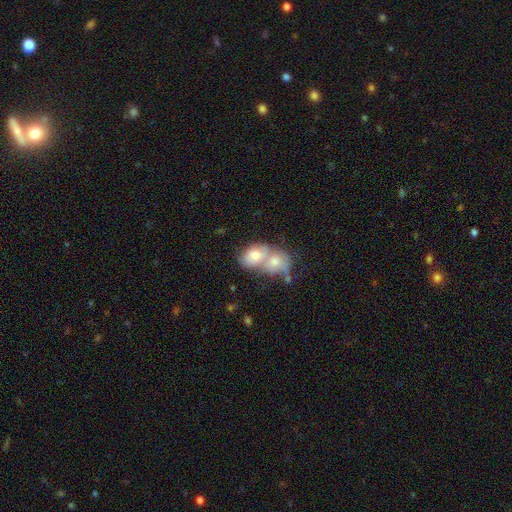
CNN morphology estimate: type=smooth (66%); roundness=in between (66%); merging=merger (74%).